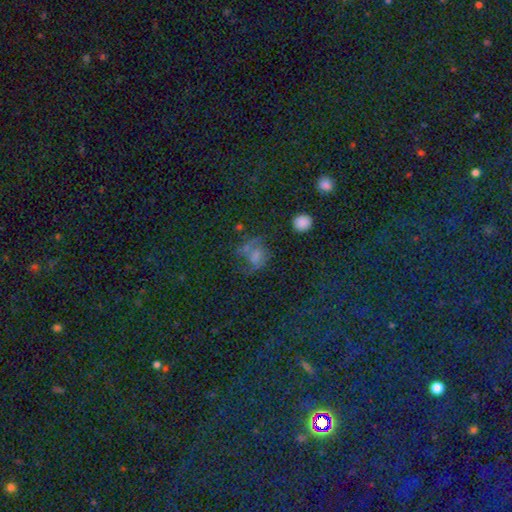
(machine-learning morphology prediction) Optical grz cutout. It shows a smooth galaxy with no disk features (42%). Merging: none (42%).